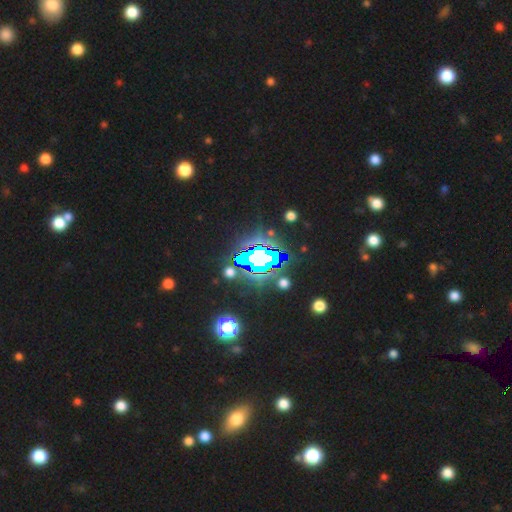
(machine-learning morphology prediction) Smooth or featured: star or artifact — 74% (smooth — 14%)